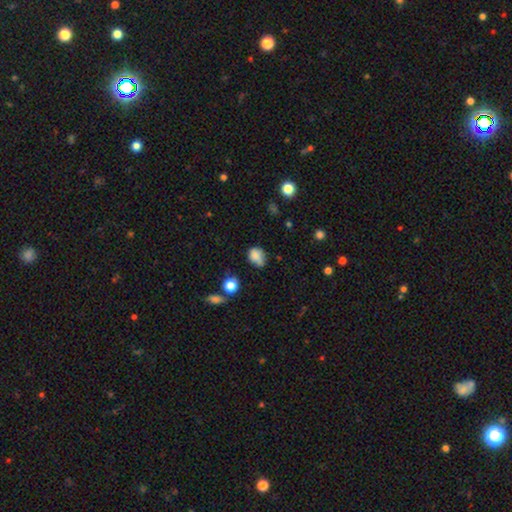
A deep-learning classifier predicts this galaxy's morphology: type=smooth (80%); roundness=round (50%); merging=none (47%).